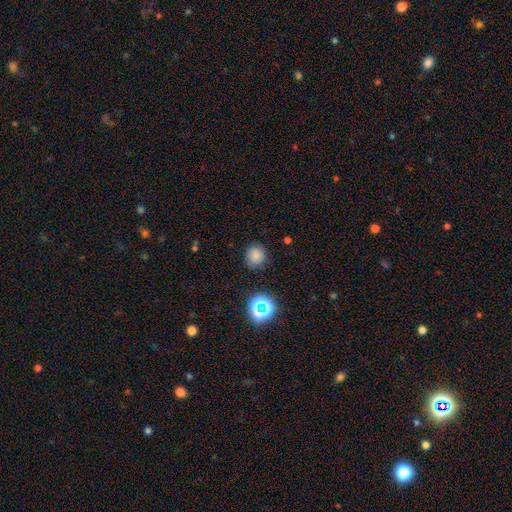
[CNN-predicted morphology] smooth 77%, star or artifact 17%, featured or disk 7%. Down the decision tree: how rounded — round (84%); merging — none (84%).